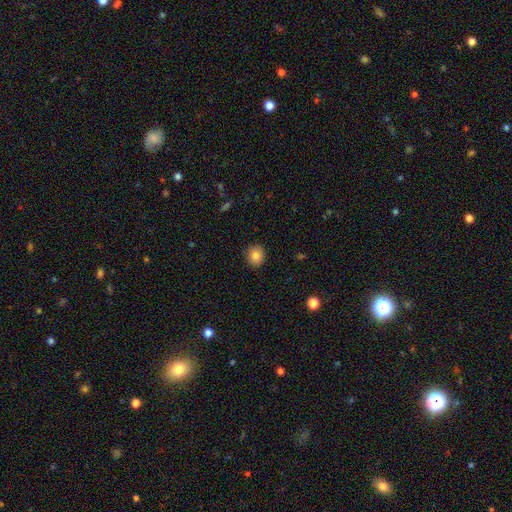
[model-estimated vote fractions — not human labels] Smooth or featured: smooth — 82% (star or artifact — 10%)
How rounded: round — 84% (in between — 15%)
Merging: none — 90% (minor disturbance — 8%)